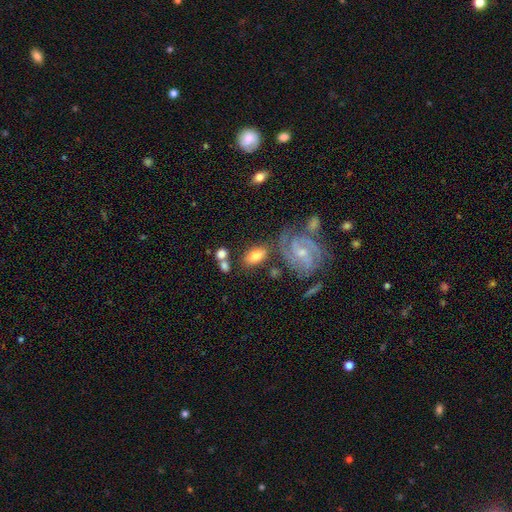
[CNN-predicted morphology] Smooth or featured? Predicted: smooth (p=0.63). How rounded? Predicted: in between (p=0.88). Merging? Predicted: none (p=0.64).